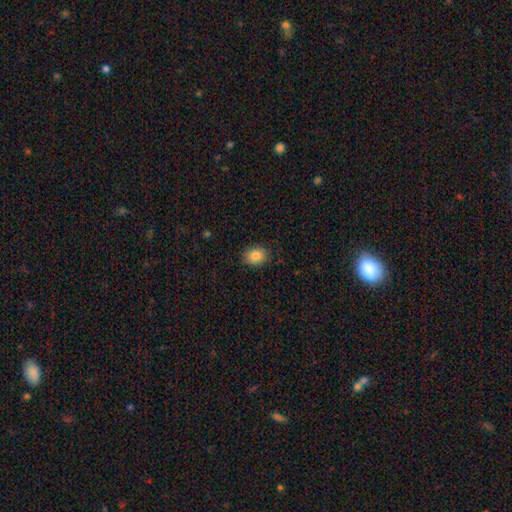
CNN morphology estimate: Q: Smooth or featured?
A: smooth (85%); runner-up: star or artifact (9%)
Q: How rounded?
A: in between (58%); runner-up: round (41%)
Q: Merging?
A: none (87%); runner-up: minor disturbance (9%)